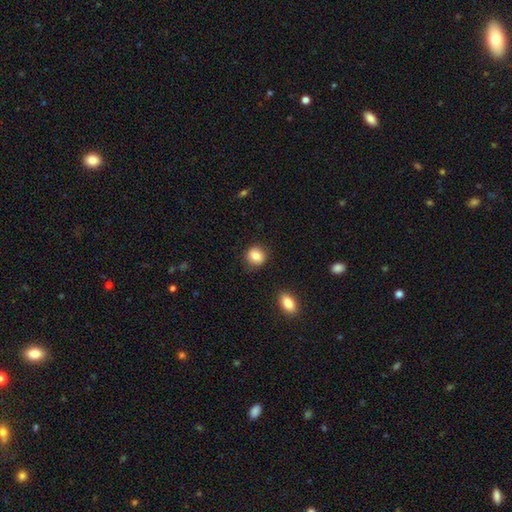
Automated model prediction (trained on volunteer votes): This appears to be a smooth galaxy with no disk features (83%) that is round (84%). Merging: none (85%).